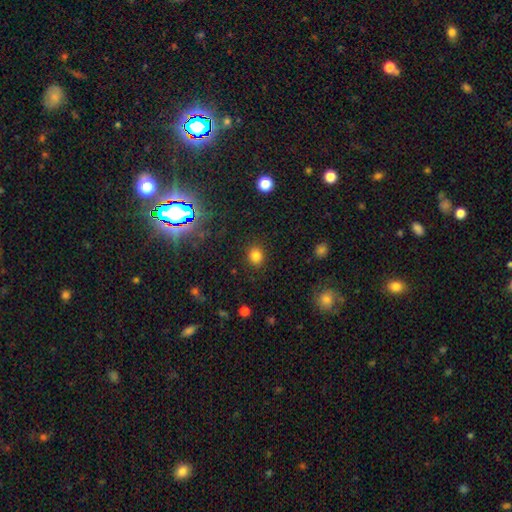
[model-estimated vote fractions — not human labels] Smooth or featured?
  - smooth: 81% *
  - star or artifact: 14%
  - featured or disk: 5%
How rounded?
  - round: 76% *
  - in between: 23%
  - cigar-shaped: 1%
Merging?
  - none: 88% *
  - minor disturbance: 7%
  - major disturbance: 3%
  - merger: 1%